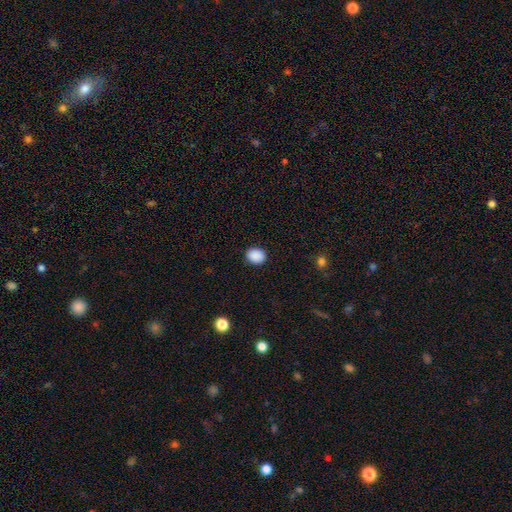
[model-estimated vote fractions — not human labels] Morphology: type=smooth (90%); roundness=round (50%); merging=none (90%).